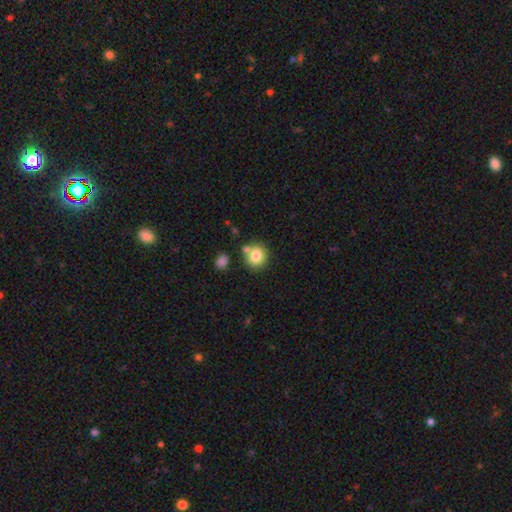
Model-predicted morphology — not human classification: Smooth or featured? Predicted: smooth (p=0.80). How rounded? Predicted: round (p=0.85). Merging? Predicted: none (p=0.67).